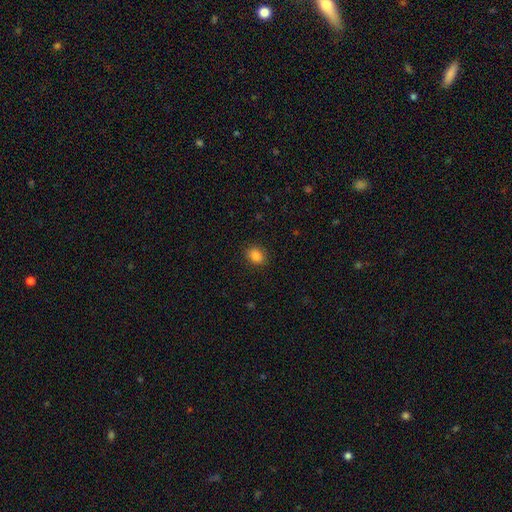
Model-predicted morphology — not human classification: Overall: smooth (86%). How rounded: in between (60%; round 39%). Merging: none (88%).